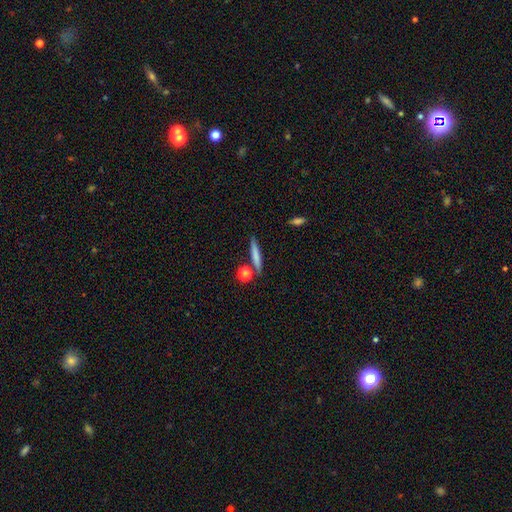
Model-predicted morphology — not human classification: Smooth or featured? Predicted: smooth (p=0.75). How rounded? Predicted: cigar-shaped (p=0.85). Merging? Predicted: none (p=0.81).